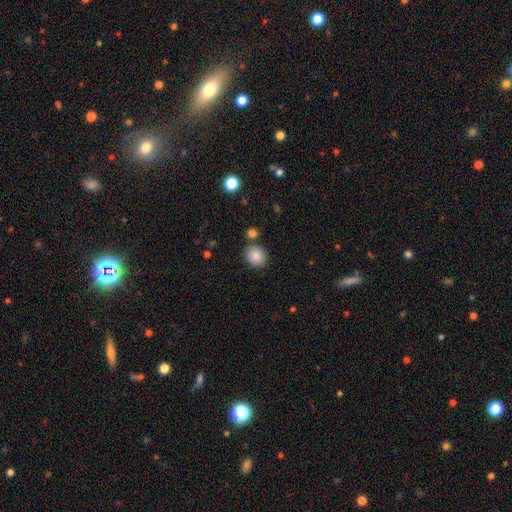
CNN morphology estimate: Smooth or featured? smooth (88%)
How rounded? round (74%)
Merging? none (79%)